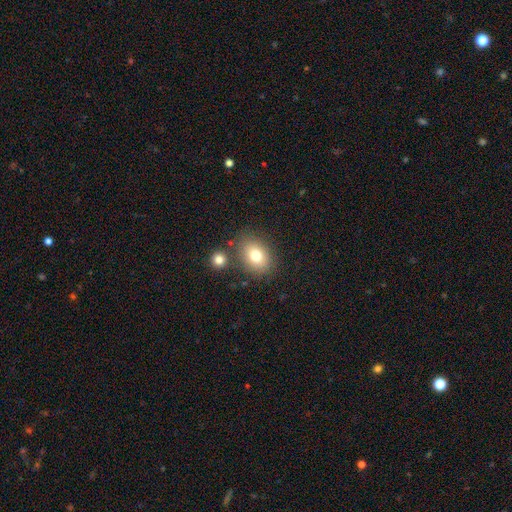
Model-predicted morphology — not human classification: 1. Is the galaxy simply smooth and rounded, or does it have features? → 78% smooth, 12% featured or disk, 10% star or artifact.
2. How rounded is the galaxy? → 68% in between, 31% round, 1% cigar-shaped.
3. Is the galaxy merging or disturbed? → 76% none, 12% minor disturbance, 8% merger, 4% major disturbance.